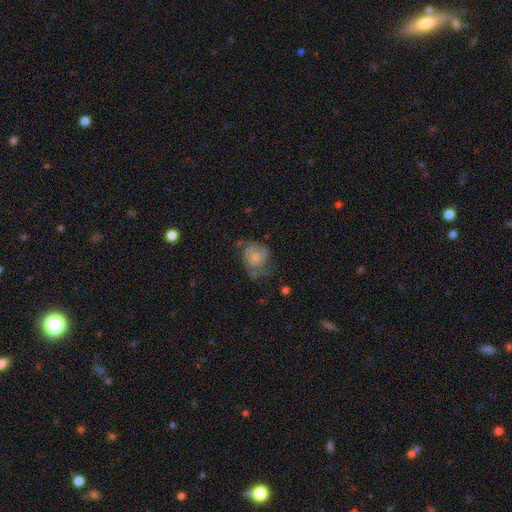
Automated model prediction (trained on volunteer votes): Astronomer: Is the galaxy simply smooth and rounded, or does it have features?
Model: smooth — 56% (runner-up: featured or disk, 36%).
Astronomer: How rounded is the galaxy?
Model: round — 59% (runner-up: in between, 40%).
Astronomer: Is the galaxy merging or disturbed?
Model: none — 39% (runner-up: minor disturbance, 34%).